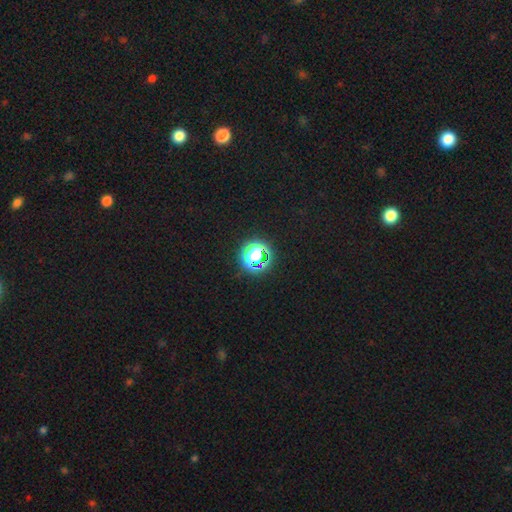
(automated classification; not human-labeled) star or artifact 56%, smooth 34%, featured or disk 10%.